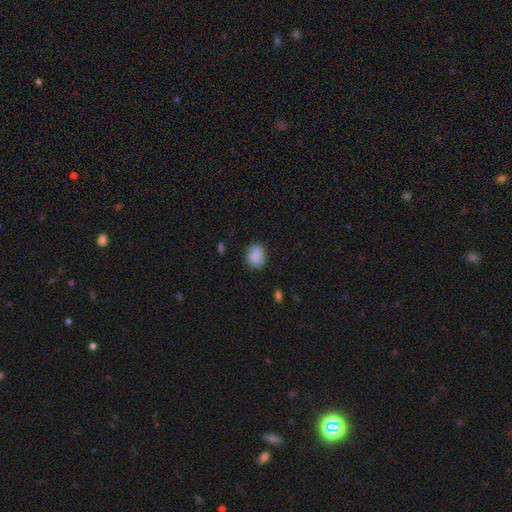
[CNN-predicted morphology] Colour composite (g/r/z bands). It shows a smooth galaxy with no disk features (85%) that is round (57%). Merging: none (79%).